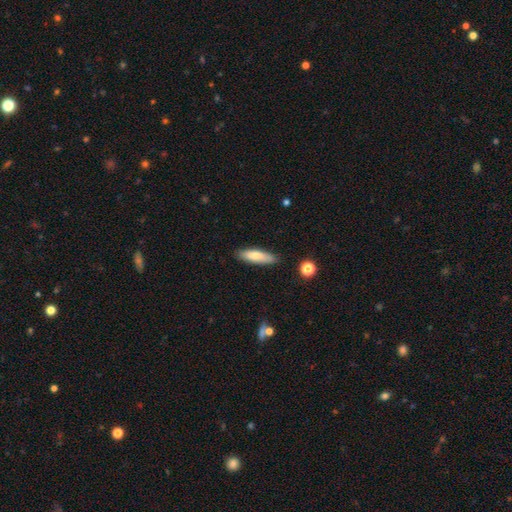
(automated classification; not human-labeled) Morphology: type=smooth (76%); roundness=cigar-shaped (59%); merging=none (86%).